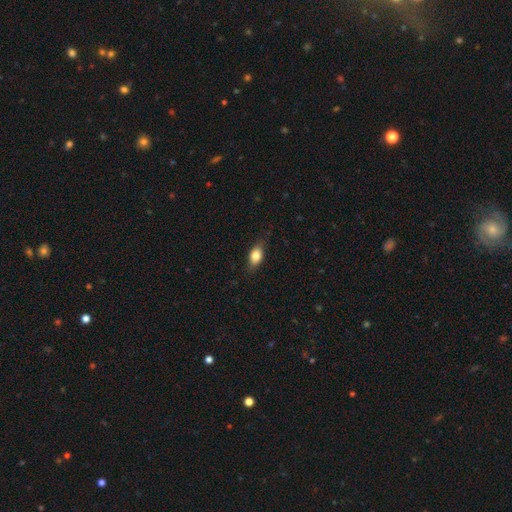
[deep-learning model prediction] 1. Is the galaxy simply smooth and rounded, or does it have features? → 77% smooth, 15% featured or disk, 8% star or artifact.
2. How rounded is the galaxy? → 82% in between, 11% round, 7% cigar-shaped.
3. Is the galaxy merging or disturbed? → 79% none, 17% minor disturbance, 3% major disturbance, 1% merger.